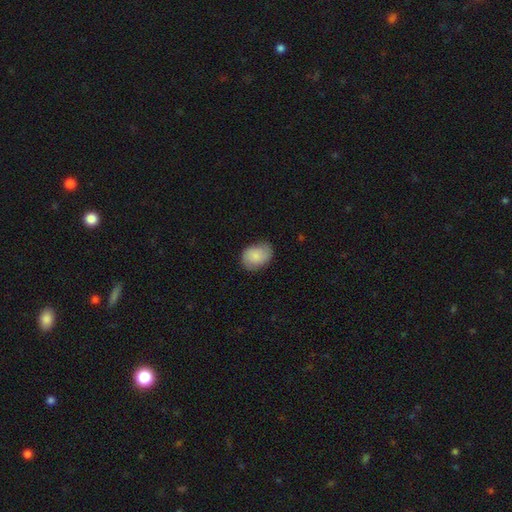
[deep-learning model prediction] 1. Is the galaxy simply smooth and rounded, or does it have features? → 81% smooth, 13% featured or disk, 6% star or artifact.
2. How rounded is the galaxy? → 71% in between, 28% round, 1% cigar-shaped.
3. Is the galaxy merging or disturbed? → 71% none, 23% minor disturbance, 5% major disturbance, 1% merger.